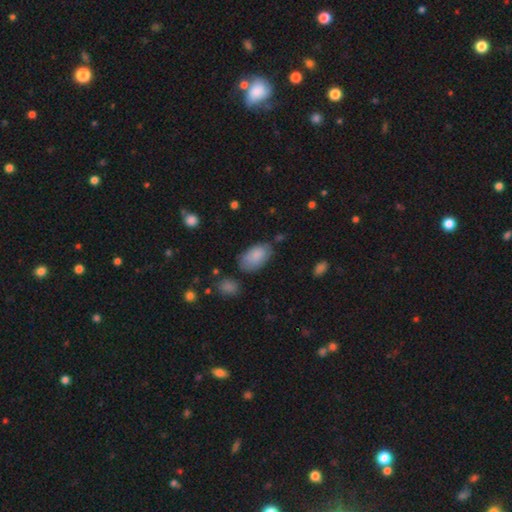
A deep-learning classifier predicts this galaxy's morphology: This is clearly a smooth galaxy (84%). How rounded: clearly in between (94%). Merging: likely none (65%).